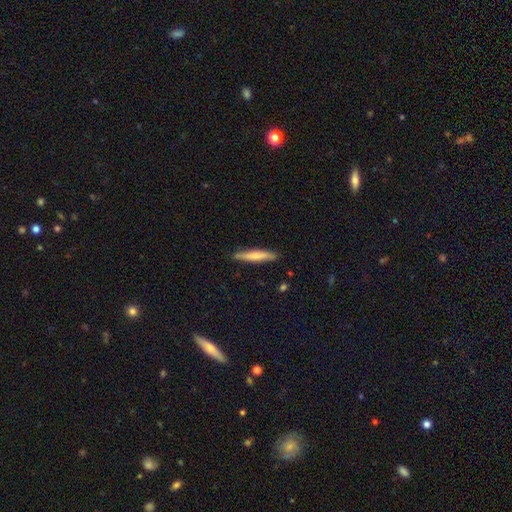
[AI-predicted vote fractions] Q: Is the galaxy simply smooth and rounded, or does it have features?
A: smooth — 61%.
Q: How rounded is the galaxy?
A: cigar-shaped — 91%.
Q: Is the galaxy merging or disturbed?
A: none — 86%.